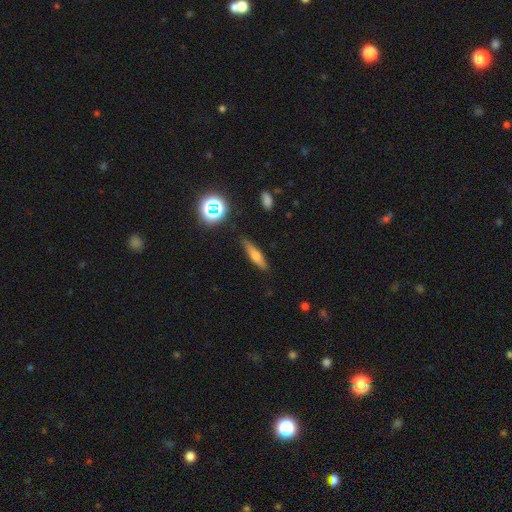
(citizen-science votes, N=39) smooth-or-featured: smooth: 74% | featured or disk: 18% | star or artifact: 8%
  how-rounded: cigar-shaped: 72% | in between: 28% | round: 0%
  merging: none: 86% | minor disturbance: 8% | major disturbance: 3% | merger: 3%